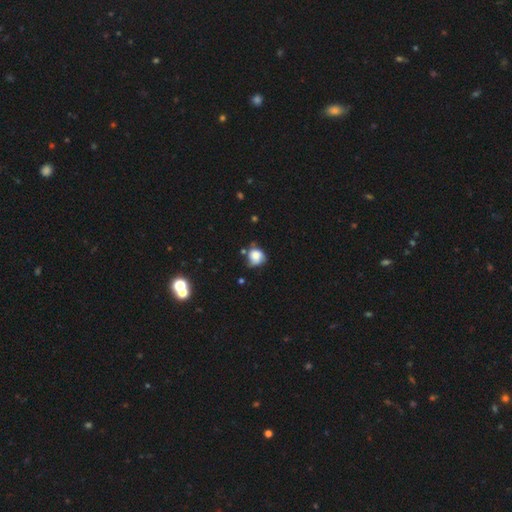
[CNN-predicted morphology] This is likely a smooth galaxy (73%). How rounded: likely round (75%). Merging: marginally none (44%).